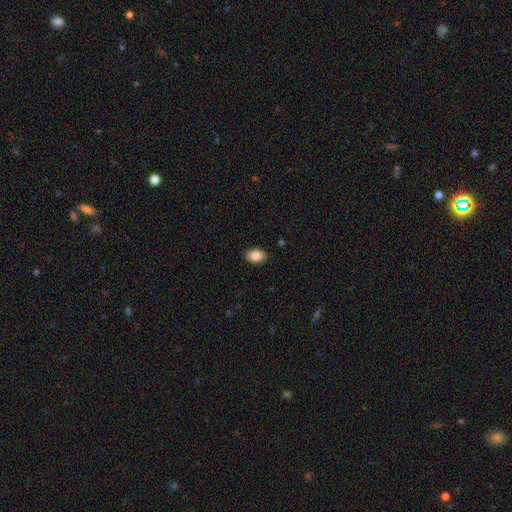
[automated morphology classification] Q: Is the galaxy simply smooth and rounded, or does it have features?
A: smooth — 87%.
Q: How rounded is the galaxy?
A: in between — 84%.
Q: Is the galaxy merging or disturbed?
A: none — 88%.